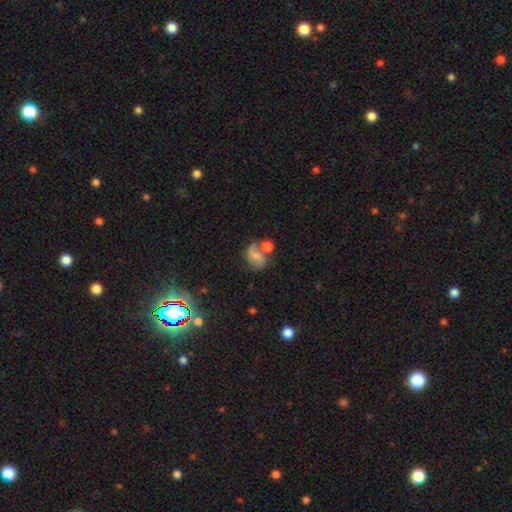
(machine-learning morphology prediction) smooth_or_featured: featured or disk (p=0.53) [alt: smooth p=0.35]
disk_edge_on: no (p=0.97) [alt: yes p=0.03]
bar: no (p=0.52) [alt: weak p=0.36]
has_spiral_arms: yes (p=0.83) [alt: no p=0.17]
bulge_size: small (p=0.49) [alt: moderate p=0.28]
merging: none (p=0.40) [alt: merger p=0.33]